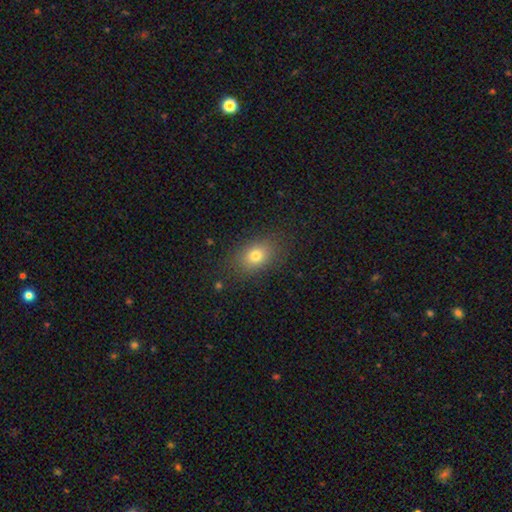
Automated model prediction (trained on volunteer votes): This is likely a smooth galaxy (77%). How rounded: likely in between (71%). Merging: clearly none (84%).